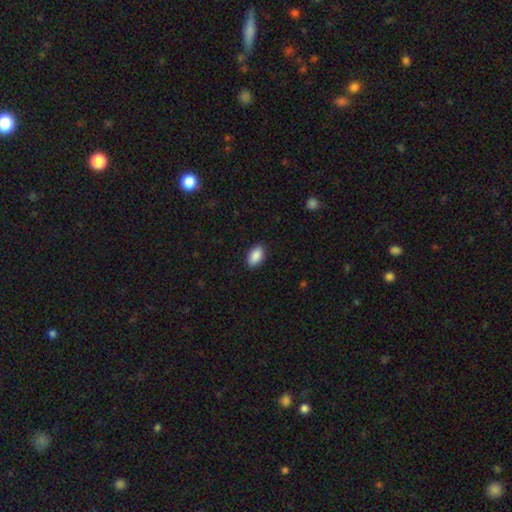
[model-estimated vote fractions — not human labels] Smooth or featured? smooth (89%)
How rounded? in between (94%)
Merging? none (89%)